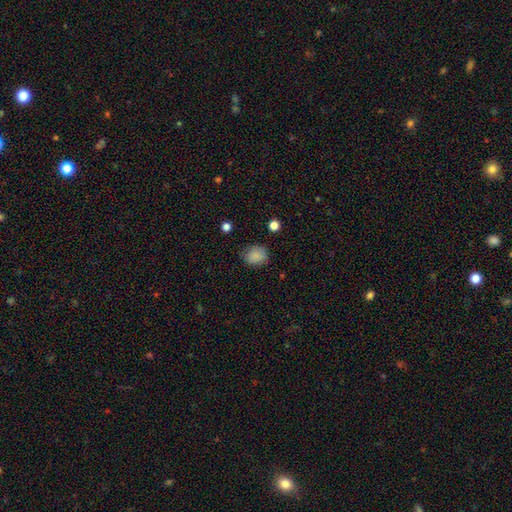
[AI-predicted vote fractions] Smooth or featured? smooth (85%)
How rounded? round (60%)
Merging? none (75%)